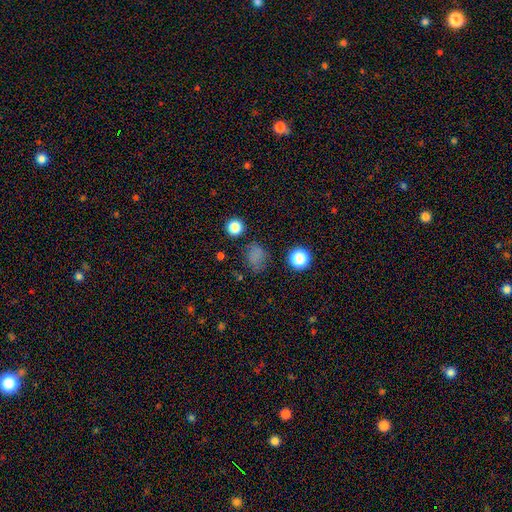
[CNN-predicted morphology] smooth-or-featured: smooth: 73% | star or artifact: 21% | featured or disk: 7%
  how-rounded: round: 55% | in between: 43% | cigar-shaped: 1%
  merging: none: 70% | minor disturbance: 19% | major disturbance: 9% | merger: 3%